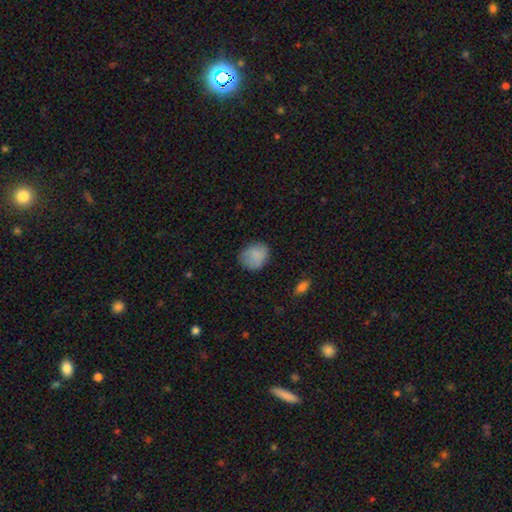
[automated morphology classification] A smooth galaxy with no disk features (85%) that is round (64%). Merging: none (74%).